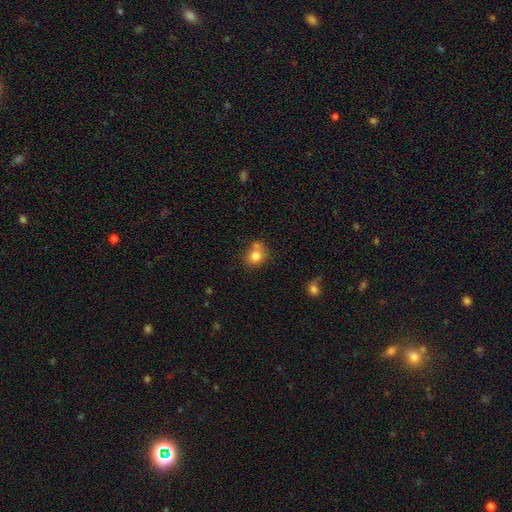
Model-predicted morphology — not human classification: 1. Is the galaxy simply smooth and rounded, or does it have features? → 80% smooth, 10% star or artifact, 10% featured or disk.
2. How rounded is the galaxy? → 68% round, 31% in between, 1% cigar-shaped.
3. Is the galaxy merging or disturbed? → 52% none, 27% merger, 16% minor disturbance, 6% major disturbance.